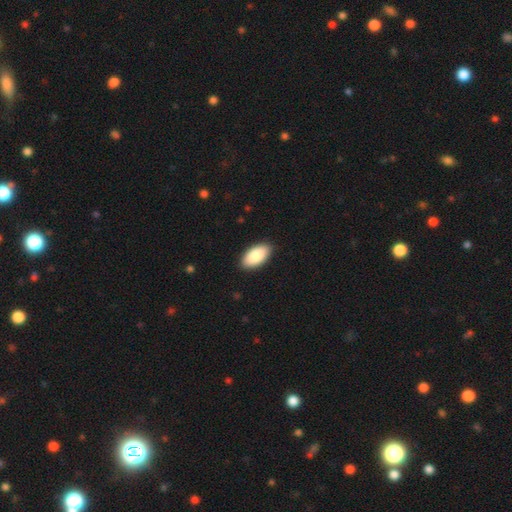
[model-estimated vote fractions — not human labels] smooth 88%, featured or disk 6%, star or artifact 6%. Down the decision tree: how rounded — in between (95%); merging — none (89%).